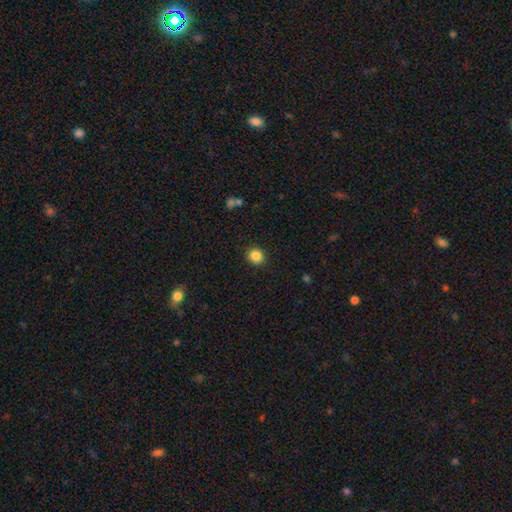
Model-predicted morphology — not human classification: Q: Smooth or featured?
A: smooth (85%); runner-up: star or artifact (10%)
Q: How rounded?
A: round (84%); runner-up: in between (15%)
Q: Merging?
A: none (91%); runner-up: minor disturbance (6%)